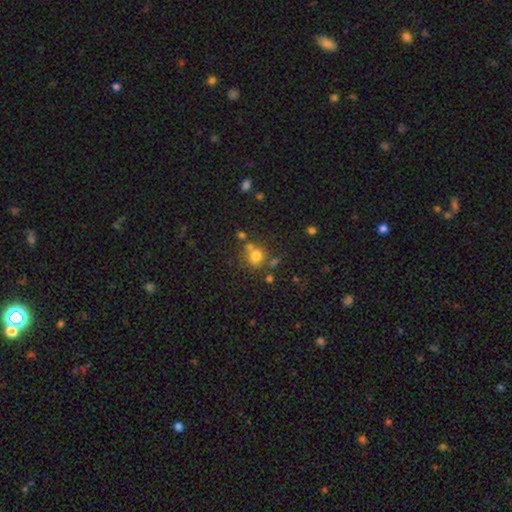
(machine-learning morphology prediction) type=smooth (74%); roundness=round (88%); merging=none (66%).